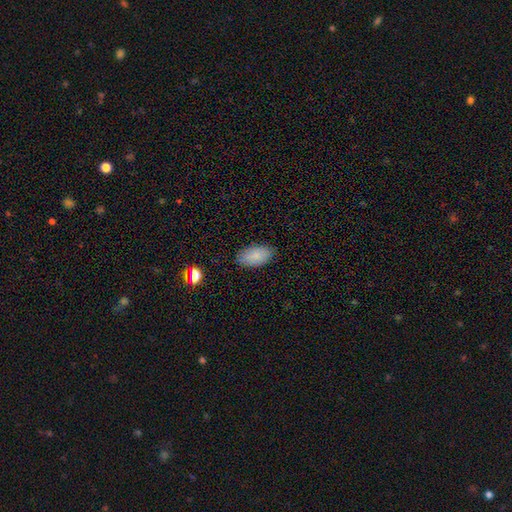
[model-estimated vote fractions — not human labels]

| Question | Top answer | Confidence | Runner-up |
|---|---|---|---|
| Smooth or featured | smooth | 85% | featured or disk (7%) |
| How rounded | in between | 94% | round (3%) |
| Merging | none | 86% | minor disturbance (11%) |